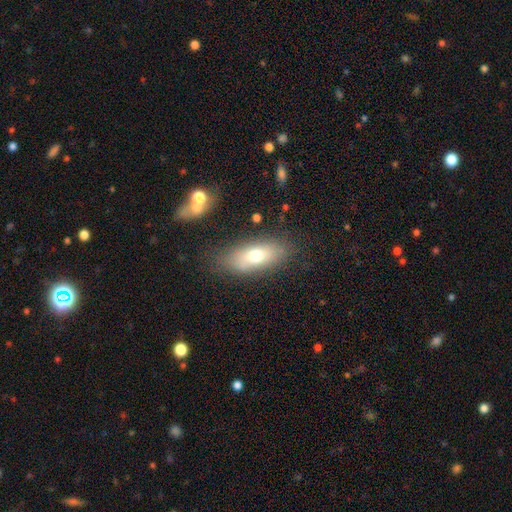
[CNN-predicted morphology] A smooth galaxy with no disk features (67%) that is in between round and cigar-shaped (80%).

Vote fractions:
- Smooth or featured? smooth: 67% / featured or disk: 24% / star or artifact: 9%
- How rounded? in between: 80% / cigar-shaped: 16% / round: 5%
- Merging? none: 76% / minor disturbance: 15% / major disturbance: 5% / merger: 4%